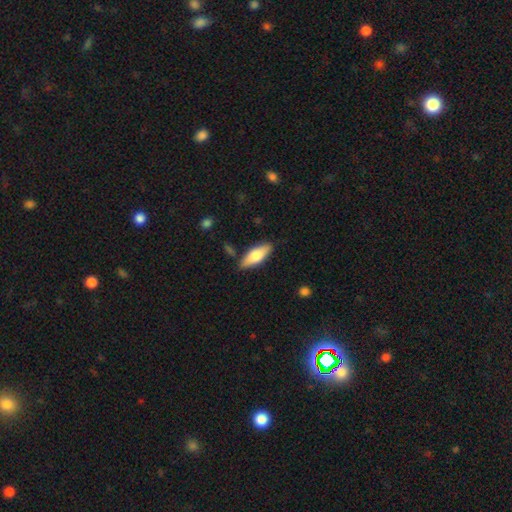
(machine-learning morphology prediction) smooth-or-featured: smooth: 69% | featured or disk: 25% | star or artifact: 6%
  how-rounded: in between: 69% | cigar-shaped: 29% | round: 2%
  merging: none: 84% | minor disturbance: 11% | merger: 2% | major disturbance: 2%